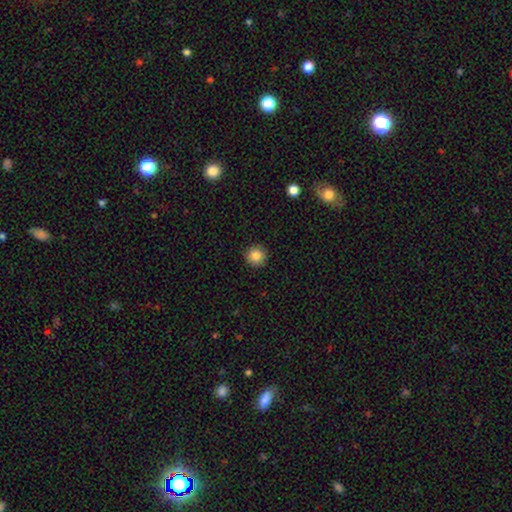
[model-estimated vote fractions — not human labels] smooth 86%, star or artifact 9%, featured or disk 4%. Down the decision tree: how rounded — round (95%); merging — none (92%).